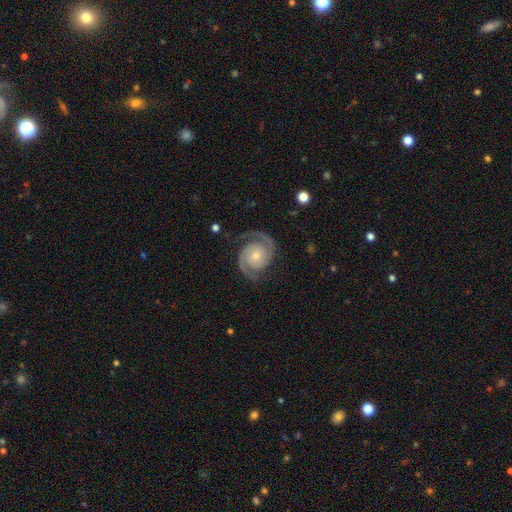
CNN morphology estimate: smooth-or-featured: featured or disk: 93% | star or artifact: 4% | smooth: 3%
  disk-edge-on: no: 98% | yes: 2%
    bar: no: 72% | weak: 22% | strong: 6%
    has-spiral-arms: yes: 99% | no: 1%
      spiral-winding: tight: 49% | medium: 43% | loose: 7%
      spiral-arm-count: 2: 94% | can't tell: 1% | 3: 1% | 1: 1% | 4: 1% | more than 4: 1%
    bulge-size: small: 49% | moderate: 43% | none: 3% | large: 3% | dominant: 1%
  merging: none: 83% | minor disturbance: 12% | major disturbance: 4% | merger: 1%